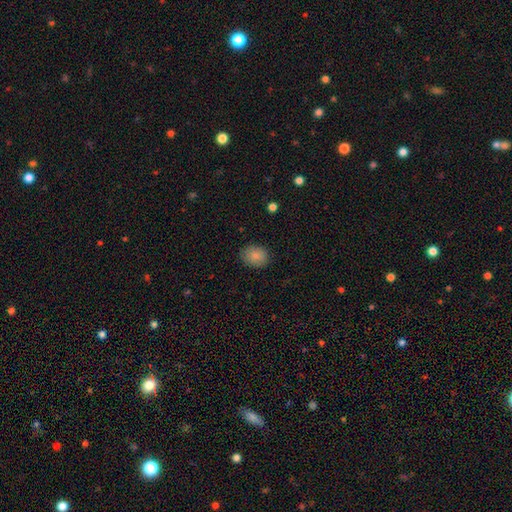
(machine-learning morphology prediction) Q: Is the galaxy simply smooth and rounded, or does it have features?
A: smooth — 87%.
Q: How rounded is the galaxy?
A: in between — 51%.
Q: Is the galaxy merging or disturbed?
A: none — 87%.